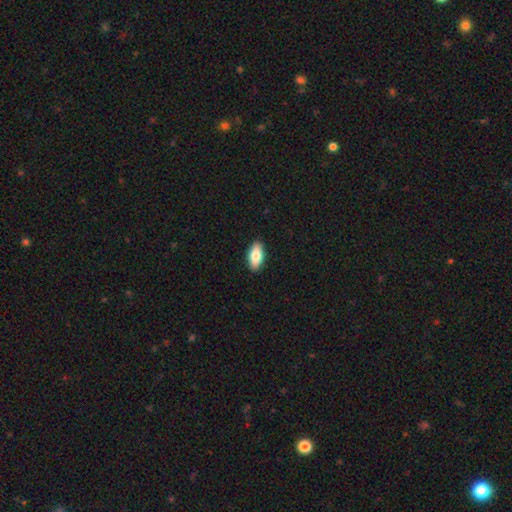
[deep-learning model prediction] A smooth galaxy with no disk features (80%) that is in between round and cigar-shaped (88%).

Vote fractions:
- Smooth or featured? smooth: 80% / featured or disk: 14% / star or artifact: 6%
- How rounded? in between: 88% / cigar-shaped: 9% / round: 3%
- Merging? none: 90% / minor disturbance: 7% / major disturbance: 2% / merger: 1%